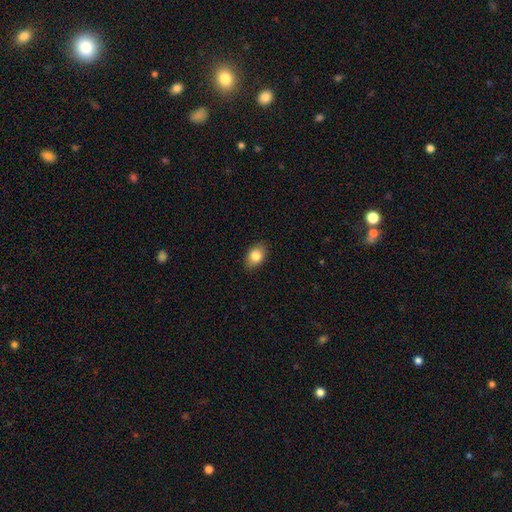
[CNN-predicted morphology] The model was most divided on "how rounded": in between: 76%, round: 22%, cigar-shaped: 2%. More confident: merging — none (85%); smooth or featured — smooth (82%).